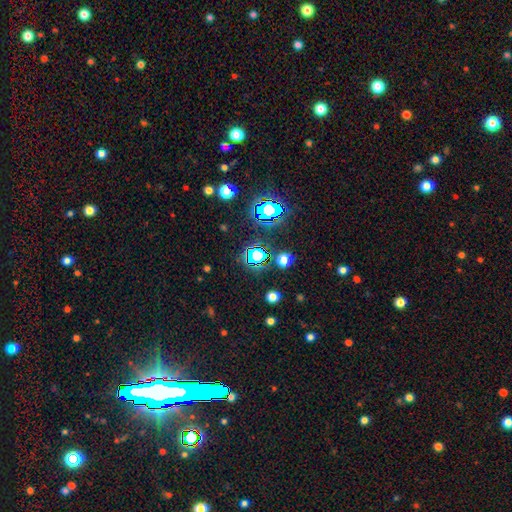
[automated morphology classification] A star or artifact, not a galaxy (66%).

Vote fractions:
- Smooth or featured? star or artifact: 66% / smooth: 25% / featured or disk: 9%